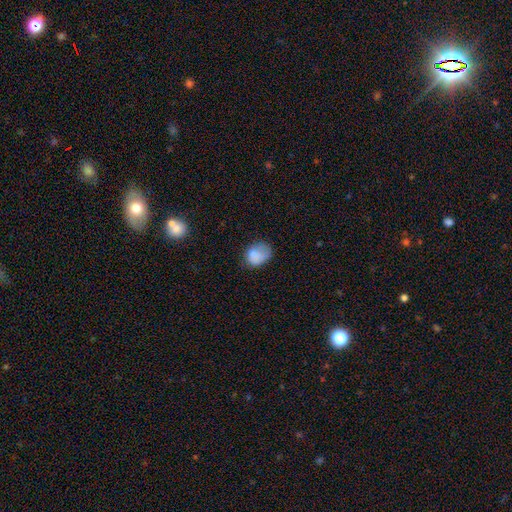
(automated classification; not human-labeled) smooth 80%, featured or disk 10%, star or artifact 10%. Down the decision tree: how rounded — in between (60%); merging — none (48%).